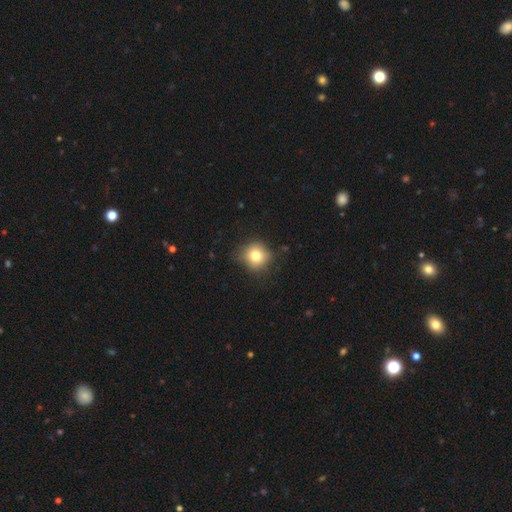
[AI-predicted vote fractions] smooth-or-featured: smooth: 77% | star or artifact: 12% | featured or disk: 11%
  how-rounded: round: 88% | in between: 11% | cigar-shaped: 1%
  merging: none: 79% | minor disturbance: 16% | major disturbance: 4% | merger: 1%